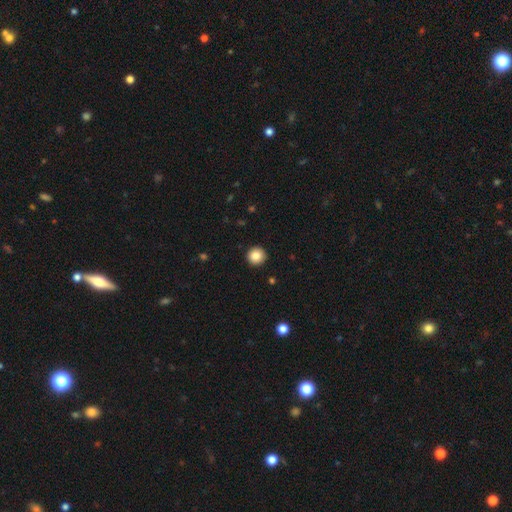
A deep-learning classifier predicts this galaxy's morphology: This is clearly a smooth galaxy (85%). How rounded: clearly round (96%). Merging: clearly none (93%).